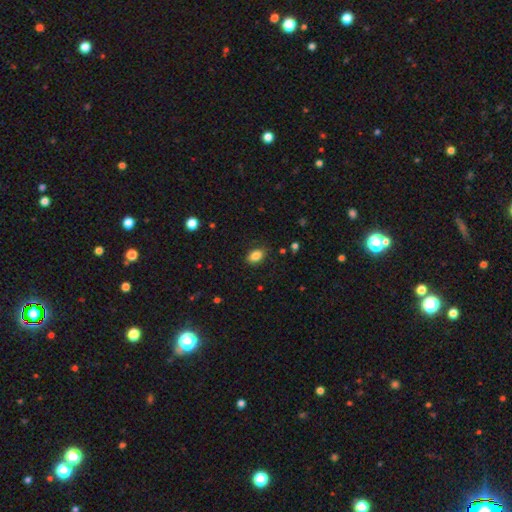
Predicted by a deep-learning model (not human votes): Smooth or featured: smooth — 86% (star or artifact — 9%)
How rounded: in between — 87% (round — 11%)
Merging: none — 85% (minor disturbance — 11%)